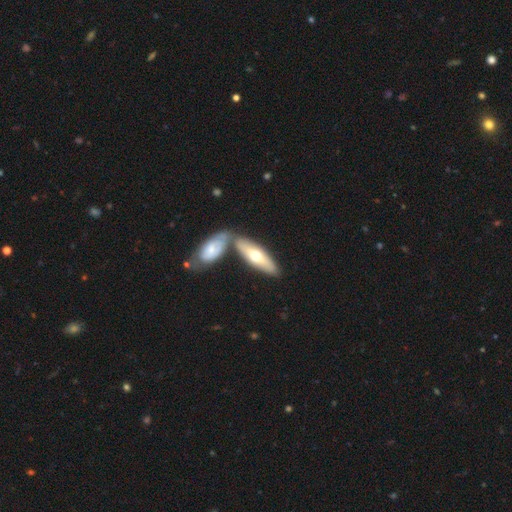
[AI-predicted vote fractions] Smooth or featured?
  - smooth: 53% *
  - featured or disk: 42%
  - star or artifact: 5%
How rounded?
  - in between: 56% *
  - cigar-shaped: 42%
  - round: 2%
Merging?
  - none: 55% *
  - merger: 31%
  - minor disturbance: 10%
  - major disturbance: 3%